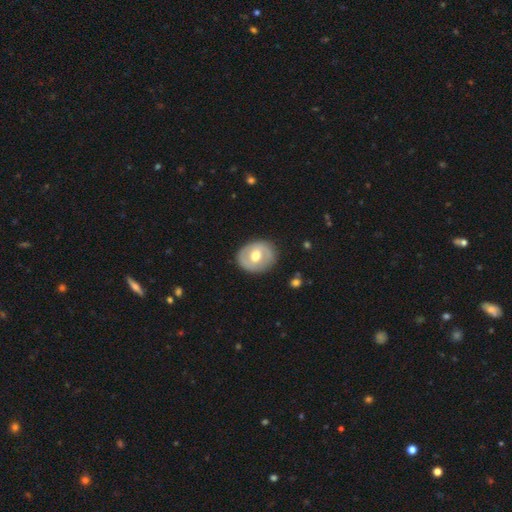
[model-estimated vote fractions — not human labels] Smooth or featured? featured or disk (50%)
Merging? none (84%)